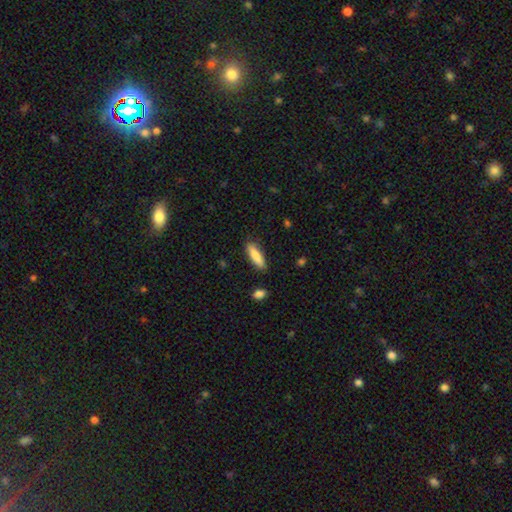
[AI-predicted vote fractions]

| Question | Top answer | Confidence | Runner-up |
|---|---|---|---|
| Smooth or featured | smooth | 85% | featured or disk (9%) |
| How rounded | cigar-shaped | 63% | in between (35%) |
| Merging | none | 87% | minor disturbance (9%) |